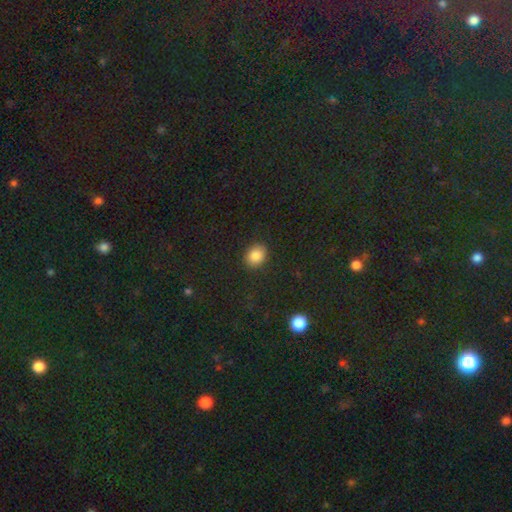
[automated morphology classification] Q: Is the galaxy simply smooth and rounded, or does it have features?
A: smooth — 85%.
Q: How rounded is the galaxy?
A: in between — 54%.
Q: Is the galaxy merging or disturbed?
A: none — 88%.